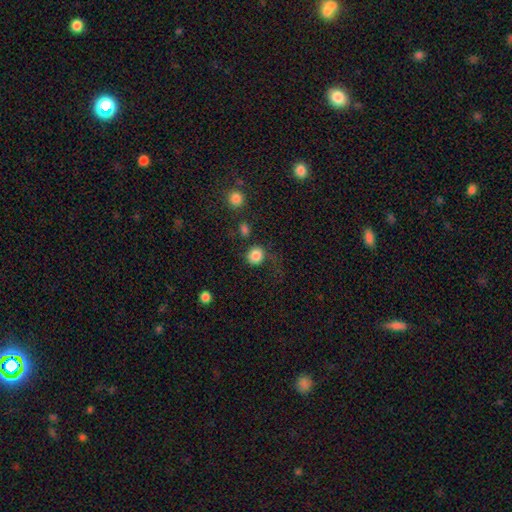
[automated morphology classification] Smooth or featured? smooth (84%)
How rounded? round (85%)
Merging? none (67%)